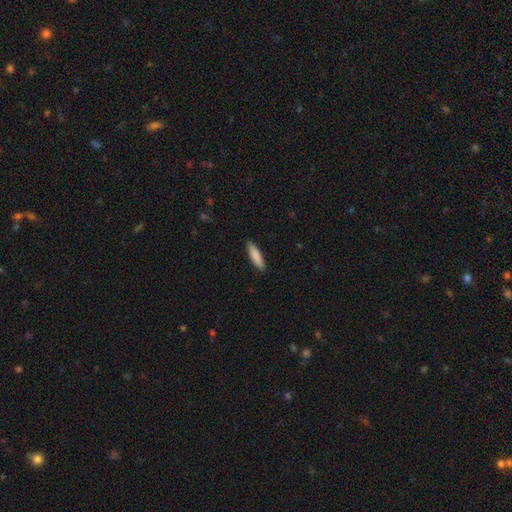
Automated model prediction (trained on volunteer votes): smooth-or-featured: smooth: 87% | featured or disk: 8% | star or artifact: 5%
  how-rounded: cigar-shaped: 72% | in between: 27% | round: 1%
  merging: none: 90% | minor disturbance: 8% | major disturbance: 2% | merger: 1%